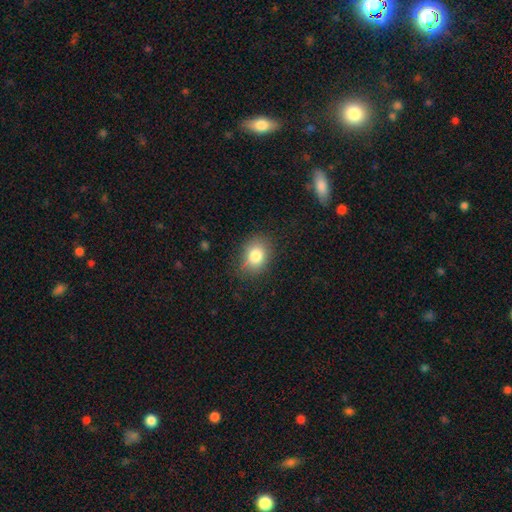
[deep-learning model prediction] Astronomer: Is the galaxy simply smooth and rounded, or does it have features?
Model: smooth — 81%.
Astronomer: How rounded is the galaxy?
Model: in between — 57% (runner-up: round, 42%).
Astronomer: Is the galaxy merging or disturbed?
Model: none — 76%.